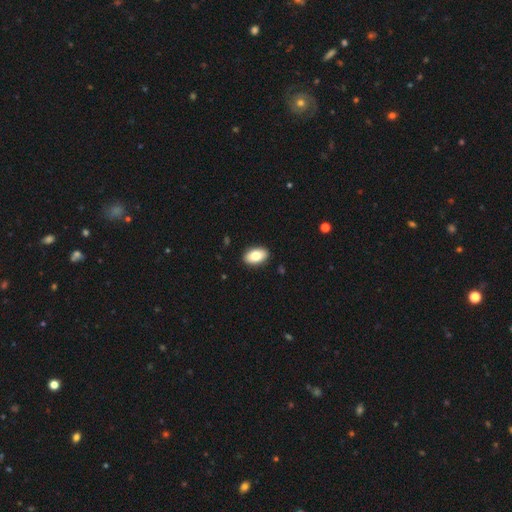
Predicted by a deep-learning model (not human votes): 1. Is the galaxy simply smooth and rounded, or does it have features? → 80% smooth, 13% featured or disk, 7% star or artifact.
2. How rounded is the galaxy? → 92% in between, 6% round, 2% cigar-shaped.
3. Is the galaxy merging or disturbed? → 90% none, 7% minor disturbance, 2% major disturbance, 1% merger.